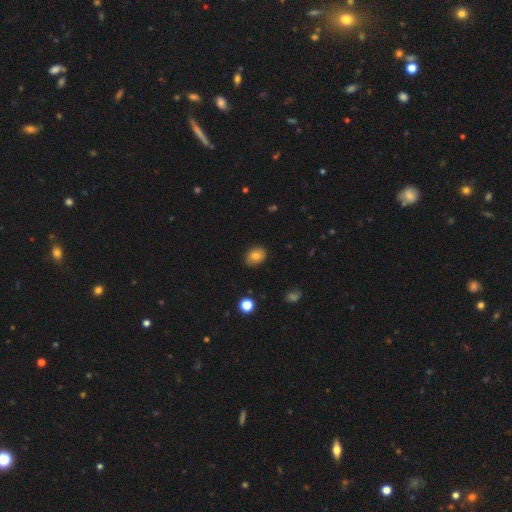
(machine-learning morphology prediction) This appears to be a smooth galaxy with no disk features (78%) that is in between round and cigar-shaped (66%). Merging: none (84%).